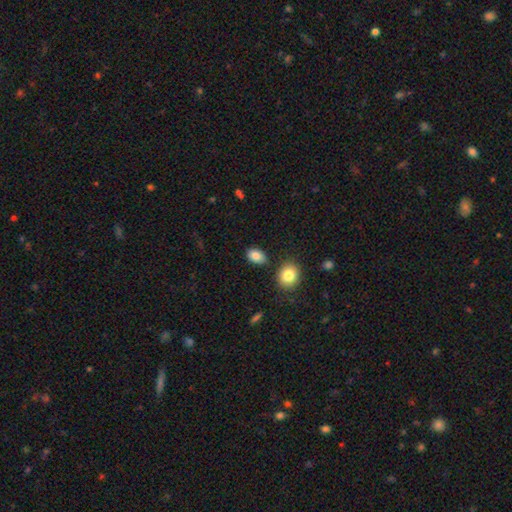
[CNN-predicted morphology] This appears to be a smooth galaxy with no disk features (86%) that is in between round and cigar-shaped (81%). Merging: none (83%).